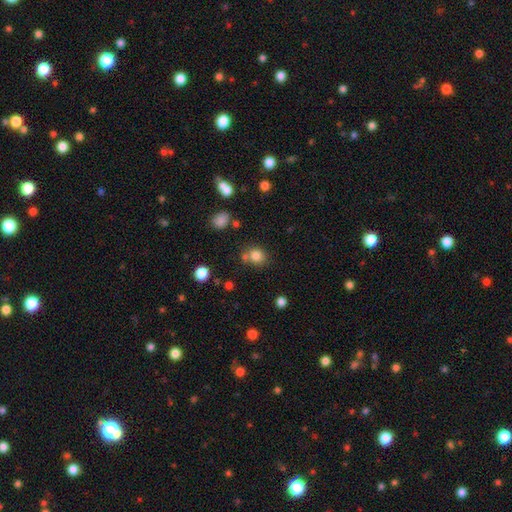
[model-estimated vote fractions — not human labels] Q: Smooth or featured?
A: smooth (81%); runner-up: star or artifact (13%)
Q: How rounded?
A: round (75%); runner-up: in between (24%)
Q: Merging?
A: none (65%); runner-up: merger (19%)